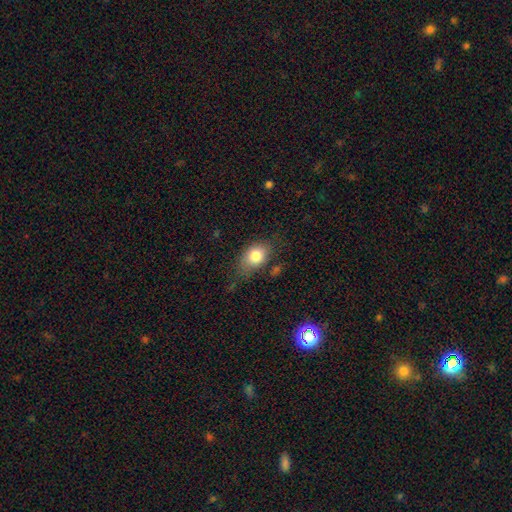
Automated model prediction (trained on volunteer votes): Smooth or featured? Predicted: smooth (p=0.80). How rounded? Predicted: in between (p=0.73). Merging? Predicted: none (p=0.61).